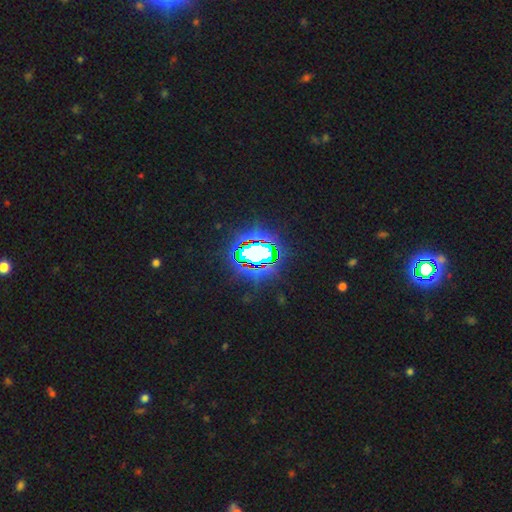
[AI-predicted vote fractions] Smooth or featured? Predicted: star or artifact (p=0.74).